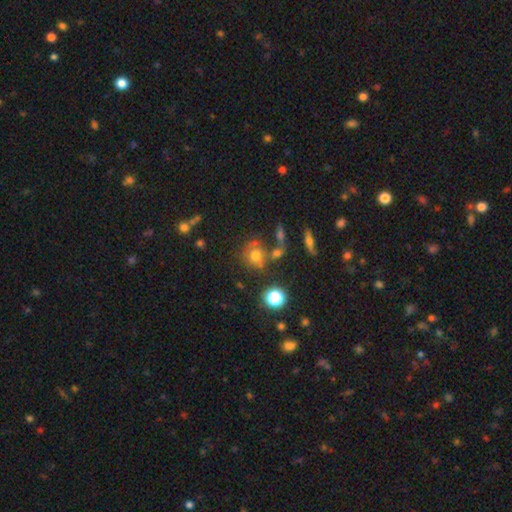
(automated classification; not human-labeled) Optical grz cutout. It shows a smooth galaxy with no disk features (55%) that is round (75%). Merging: none (50%).